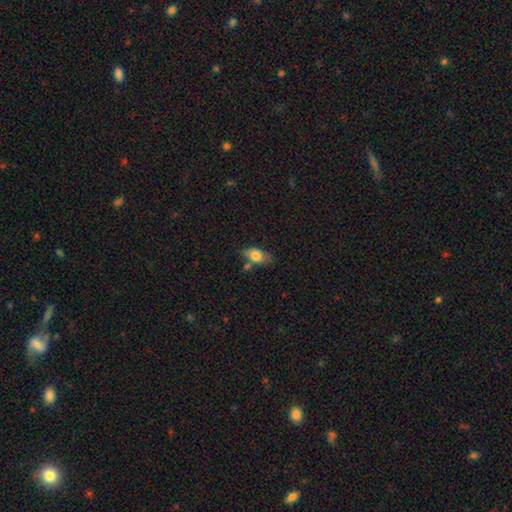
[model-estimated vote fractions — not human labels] Smooth or featured?
  - smooth: 76% *
  - featured or disk: 16%
  - star or artifact: 7%
How rounded?
  - in between: 87% *
  - round: 7%
  - cigar-shaped: 6%
Merging?
  - none: 63% *
  - minor disturbance: 20%
  - merger: 12%
  - major disturbance: 5%